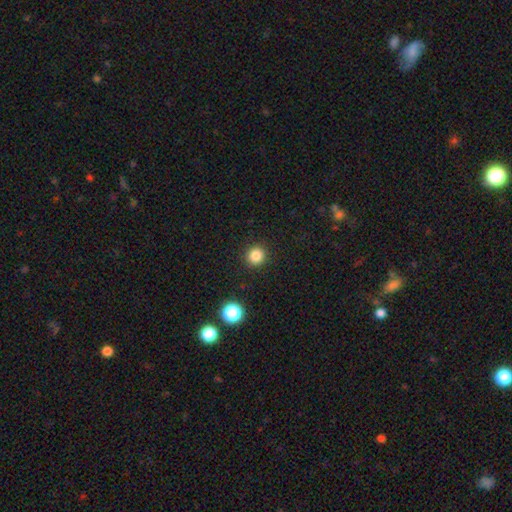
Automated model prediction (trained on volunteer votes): A smooth galaxy with no disk features (84%) that is round (94%). Merging: none (92%).